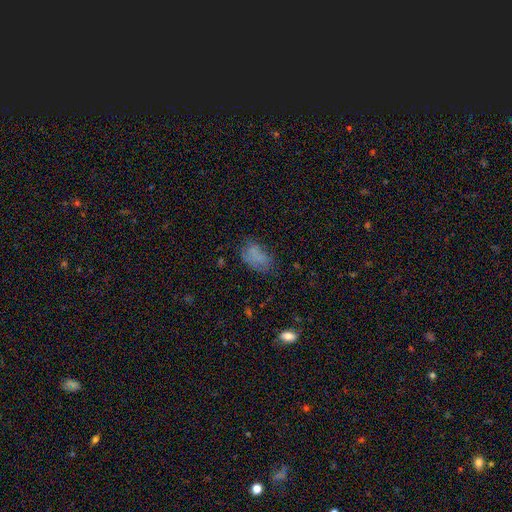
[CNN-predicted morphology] smooth 69%, featured or disk 16%, star or artifact 15%. Down the decision tree: how rounded — in between (88%); merging — none (54%).